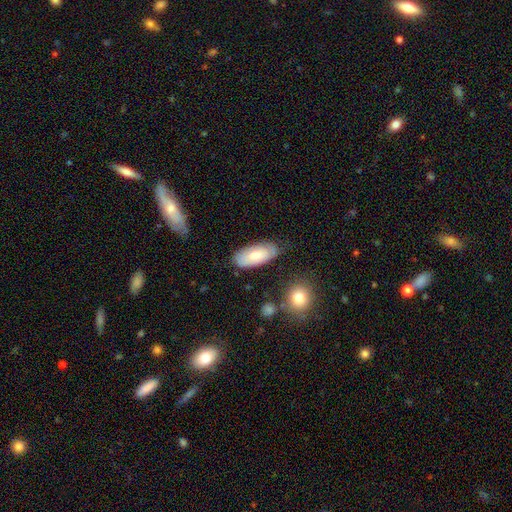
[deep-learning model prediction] This appears to be a smooth galaxy with no disk features (70%) that is in between round and cigar-shaped (89%). Merging: none (73%).